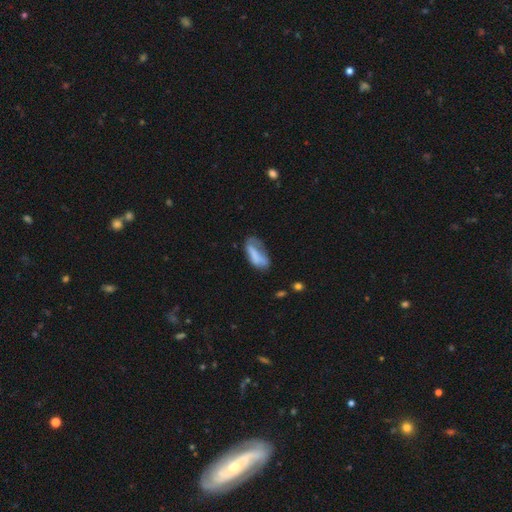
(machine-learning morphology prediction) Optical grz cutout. It shows a smooth galaxy with no disk features (65%) that is in between round and cigar-shaped (78%). Merging: none (33%).